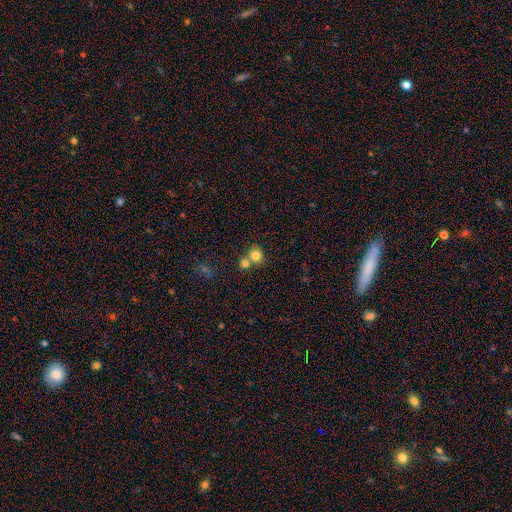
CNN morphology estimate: A smooth galaxy with no disk features (80%) that is round (84%).

Vote fractions:
- Smooth or featured? smooth: 80% / star or artifact: 11% / featured or disk: 9%
- How rounded? round: 84% / in between: 15% / cigar-shaped: 1%
- Merging? none: 46% / merger: 44% / minor disturbance: 8% / major disturbance: 3%